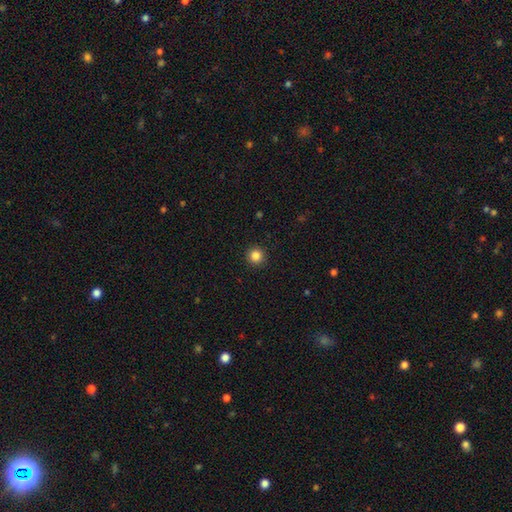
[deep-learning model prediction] A smooth galaxy with no disk features (85%) that is round (96%). Merging: none (93%).